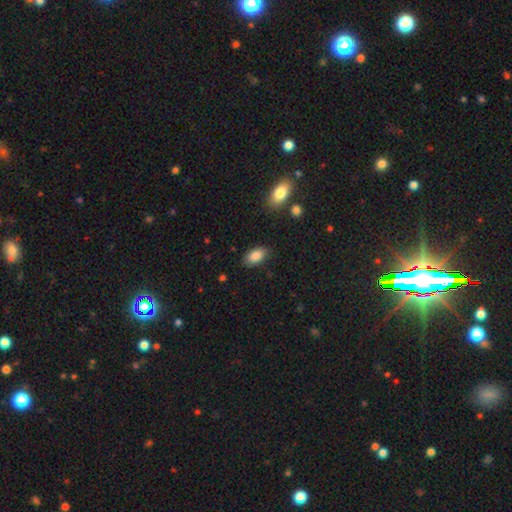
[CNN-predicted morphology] type=smooth (86%); roundness=in between (93%); merging=none (82%).